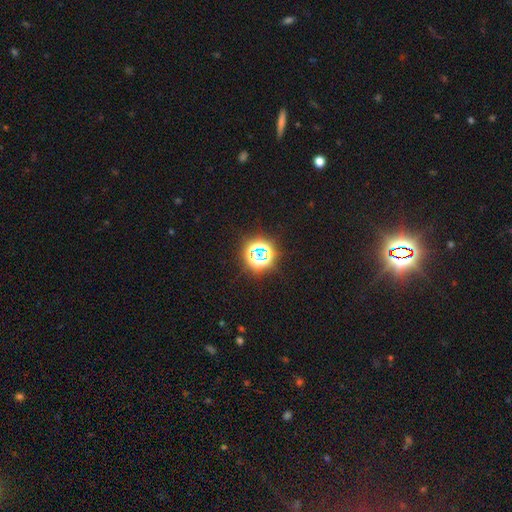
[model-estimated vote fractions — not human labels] Smooth or featured: star or artifact — 69% (smooth — 22%)